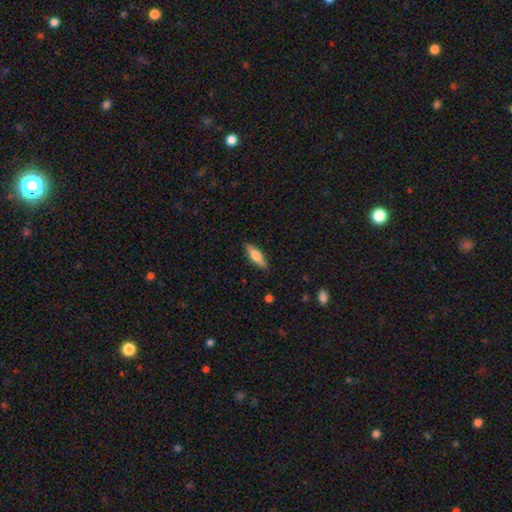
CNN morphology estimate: type=smooth (51%); roundness=cigar-shaped (55%); merging=none (87%).